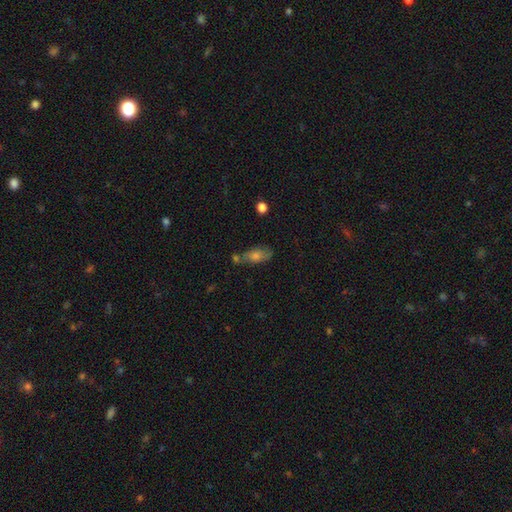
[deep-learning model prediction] Overall: smooth (61%; featured or disk 26%). How rounded: in between (76%). Merging: none (56%; minor disturbance 21%).